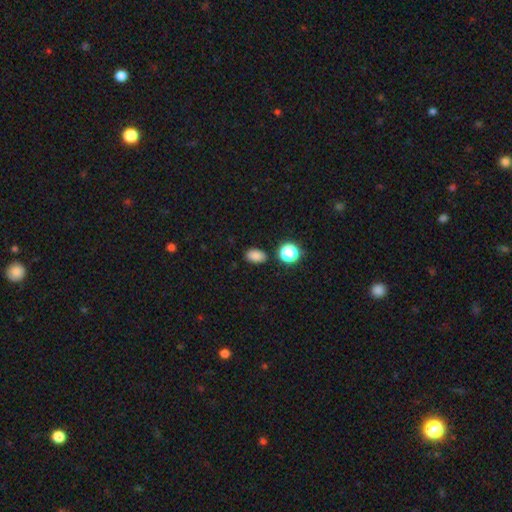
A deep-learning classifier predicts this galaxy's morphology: This appears to be a smooth galaxy with no disk features (82%) that is in between round and cigar-shaped (84%). Merging: none (84%).